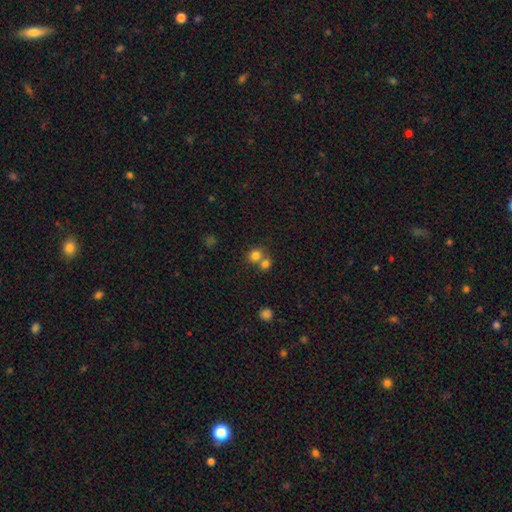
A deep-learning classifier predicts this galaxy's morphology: smooth-or-featured: smooth: 77% | star or artifact: 13% | featured or disk: 9%
  how-rounded: round: 81% | in between: 18% | cigar-shaped: 1%
  merging: merger: 48% | none: 43% | minor disturbance: 6% | major disturbance: 3%